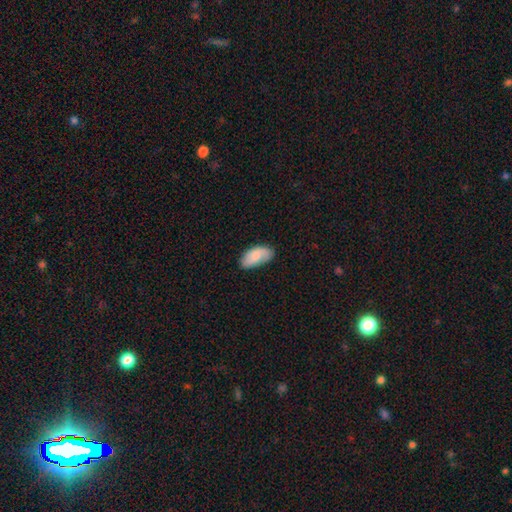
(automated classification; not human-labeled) This is likely a smooth galaxy (72%). How rounded: clearly in between (94%). Merging: likely none (63%).